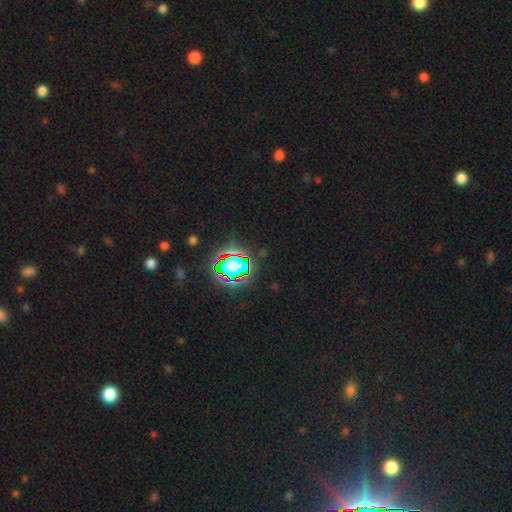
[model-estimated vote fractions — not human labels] The model was most divided on "smooth or featured": star or artifact: 79%, smooth: 14%, featured or disk: 8%.